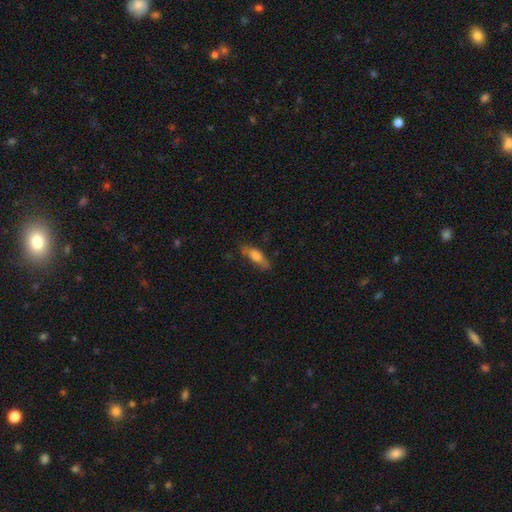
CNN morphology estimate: Smooth or featured: smooth — 68% (featured or disk — 24%)
How rounded: in between — 58% (cigar-shaped — 39%)
Merging: none — 68% (minor disturbance — 23%)